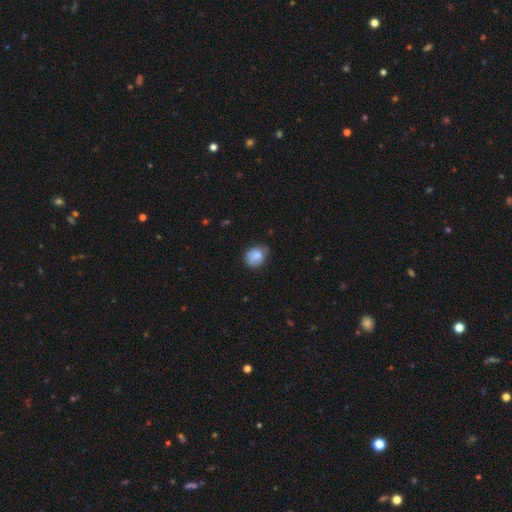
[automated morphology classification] The model was most divided on "how rounded": round: 57%, in between: 42%, cigar-shaped: 1%. More confident: smooth or featured — smooth (79%); merging — none (56%).